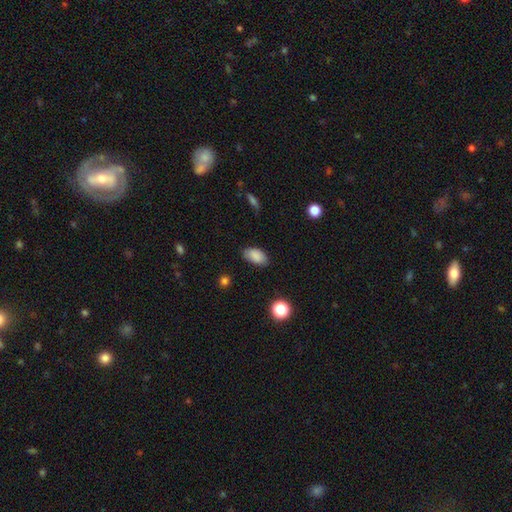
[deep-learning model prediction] This appears to be a smooth galaxy with no disk features (87%) that is in between round and cigar-shaped (93%). Merging: none (82%).